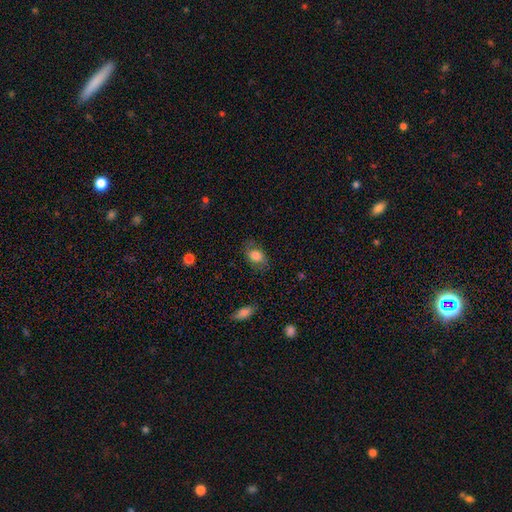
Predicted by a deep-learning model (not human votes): Smooth or featured? smooth (78%)
How rounded? in between (79%)
Merging? none (73%)